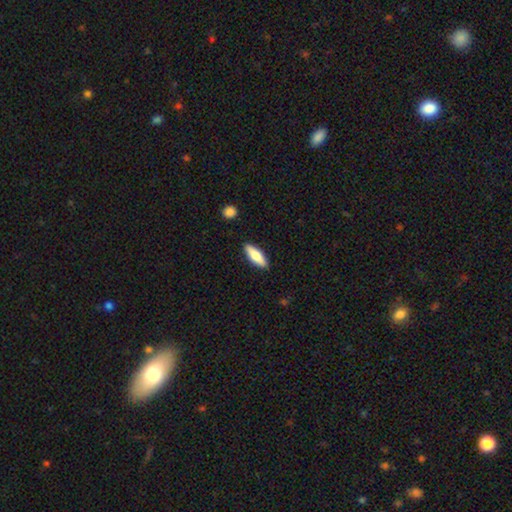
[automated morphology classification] smooth 70%, featured or disk 24%, star or artifact 6%. Down the decision tree: how rounded — in between (52%); merging — none (88%).